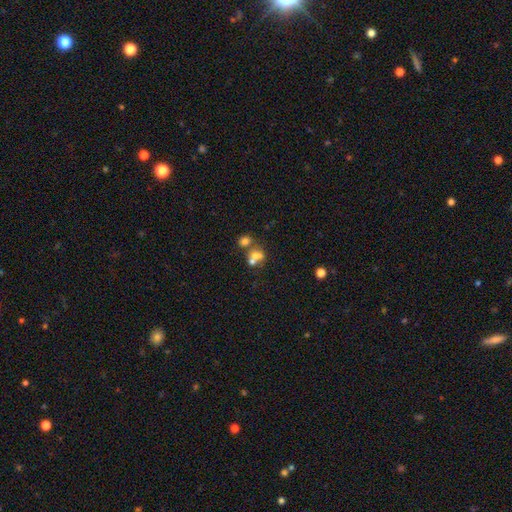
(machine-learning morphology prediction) Overall: smooth (59%; featured or disk 24%). How rounded: round (66%; in between 33%). Merging: merger (57%; none 30%).